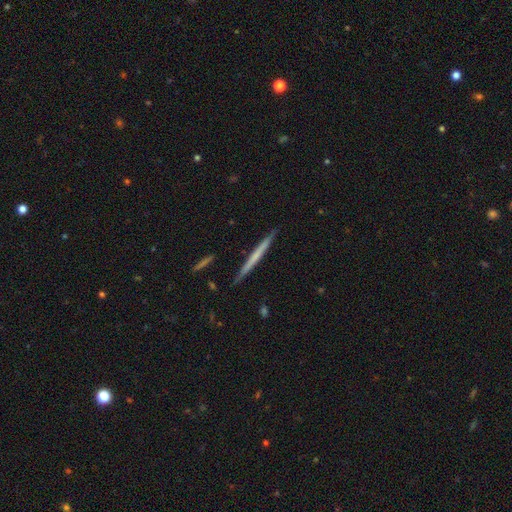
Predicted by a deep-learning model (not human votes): A featured or disk galaxy (49%).

Vote fractions:
- Smooth or featured? featured or disk: 49% / smooth: 46% / star or artifact: 5%
- Merging? none: 90% / minor disturbance: 7% / merger: 1% / major disturbance: 1%